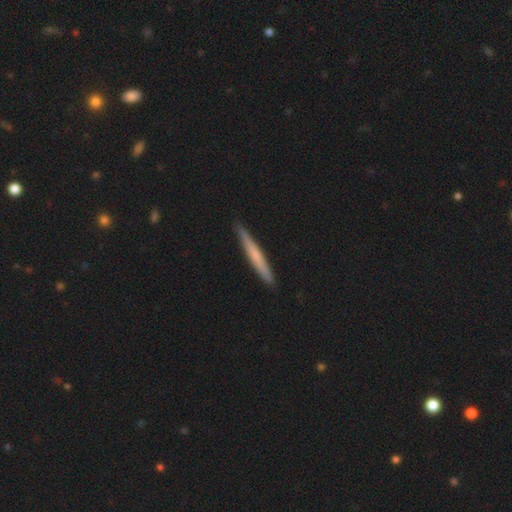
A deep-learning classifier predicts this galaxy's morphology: smooth-or-featured: smooth: 56% | featured or disk: 39% | star or artifact: 5%
  how-rounded: cigar-shaped: 96% | in between: 2% | round: 1%
  merging: none: 90% | minor disturbance: 8% | major disturbance: 1% | merger: 1%